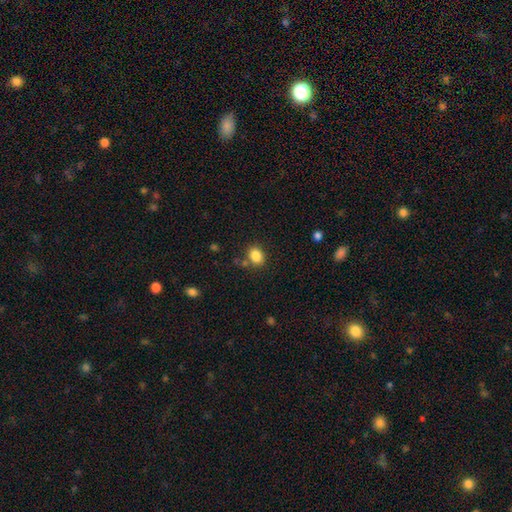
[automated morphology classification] smooth_or_featured: smooth (p=0.85) [alt: star or artifact p=0.10]
how_rounded: in between (p=0.63) [alt: round p=0.36]
merging: none (p=0.77) [alt: minor disturbance p=0.12]